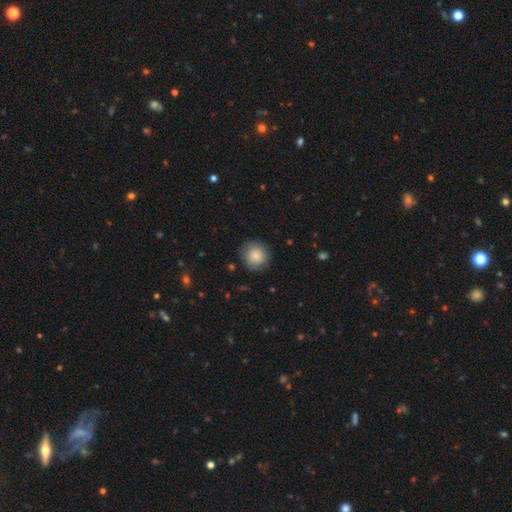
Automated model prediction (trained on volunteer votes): Q: Smooth or featured?
A: smooth (84%); runner-up: featured or disk (8%)
Q: How rounded?
A: round (91%); runner-up: in between (8%)
Q: Merging?
A: none (84%); runner-up: minor disturbance (12%)